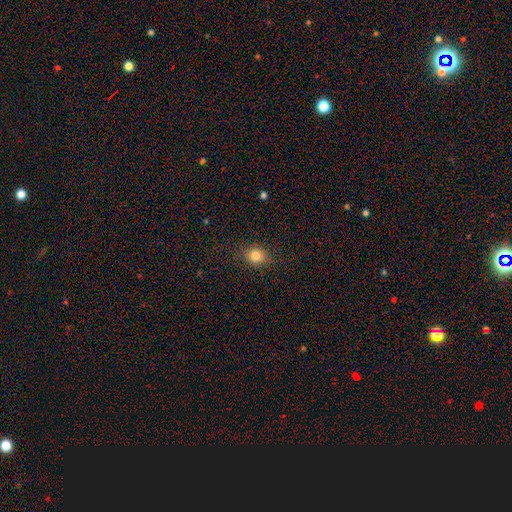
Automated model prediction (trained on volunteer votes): Smooth or featured?
  - smooth: 81% *
  - star or artifact: 11%
  - featured or disk: 7%
How rounded?
  - round: 59% *
  - in between: 39%
  - cigar-shaped: 1%
Merging?
  - none: 86% *
  - minor disturbance: 10%
  - major disturbance: 3%
  - merger: 1%